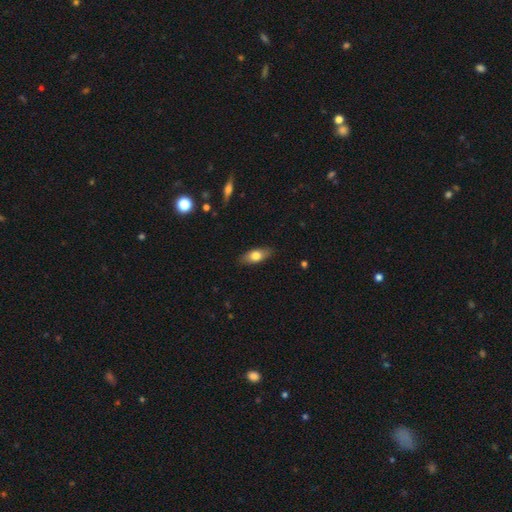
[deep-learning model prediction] smooth 72%, featured or disk 21%, star or artifact 7%. Down the decision tree: how rounded — in between (80%); merging — none (86%).